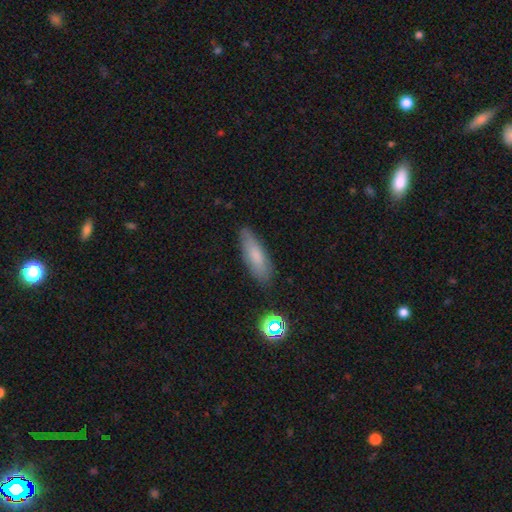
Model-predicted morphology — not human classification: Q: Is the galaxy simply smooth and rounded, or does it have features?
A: smooth — 76%.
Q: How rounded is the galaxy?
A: in between — 54%.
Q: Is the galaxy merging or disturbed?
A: none — 82%.